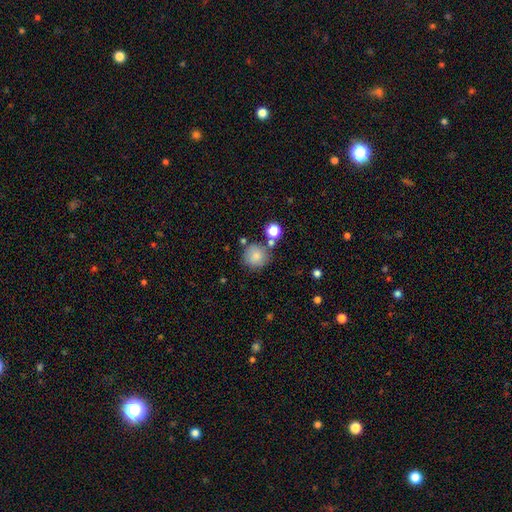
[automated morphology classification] type=smooth (81%); roundness=round (91%); merging=none (71%).